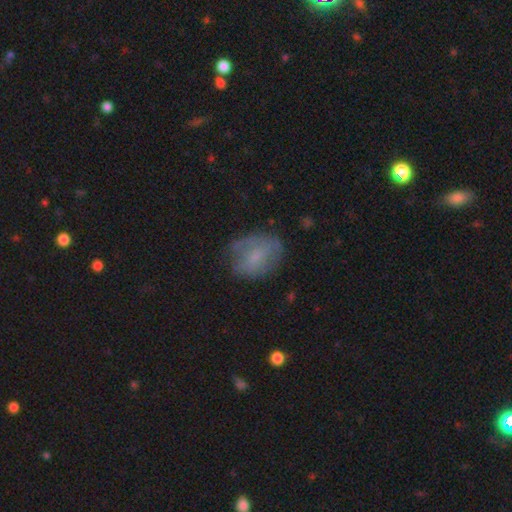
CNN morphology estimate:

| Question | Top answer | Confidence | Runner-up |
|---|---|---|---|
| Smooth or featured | smooth | 56% | featured or disk (34%) |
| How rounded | in between | 67% | round (31%) |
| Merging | none | 59% | minor disturbance (27%) |